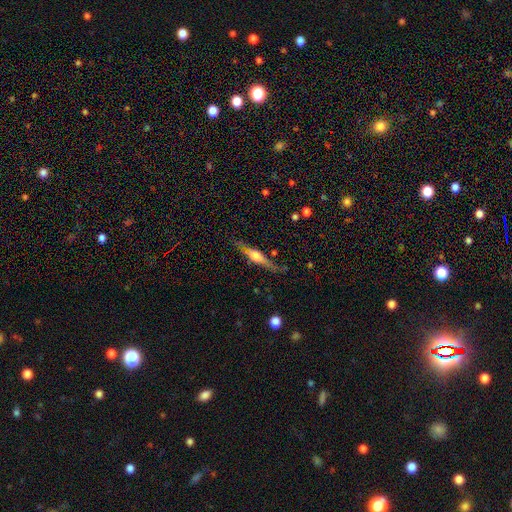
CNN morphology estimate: Smooth or featured?
  - featured or disk: 72% *
  - smooth: 22%
  - star or artifact: 6%
Edge-on disk?
  - yes: 96% *
  - no: 4%
Edge-on bulge?
  - rounded: 87% *
  - boxy: 10%
  - none: 3%
Merging?
  - none: 81% *
  - minor disturbance: 13%
  - major disturbance: 3%
  - merger: 2%